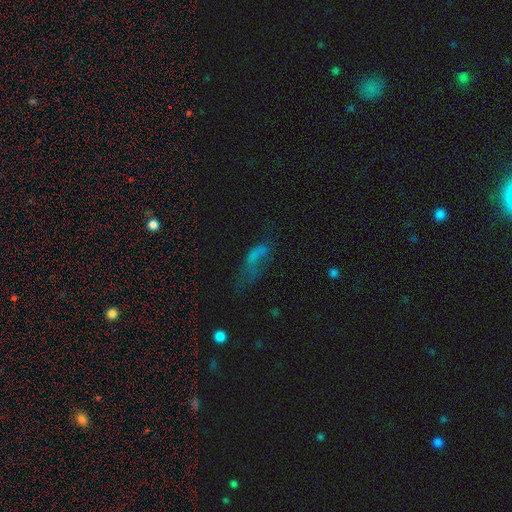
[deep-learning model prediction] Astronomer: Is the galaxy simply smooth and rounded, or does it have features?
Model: smooth — 49% (runner-up: featured or disk, 30%).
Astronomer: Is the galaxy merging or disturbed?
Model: major disturbance — 41% (runner-up: none, 31%).